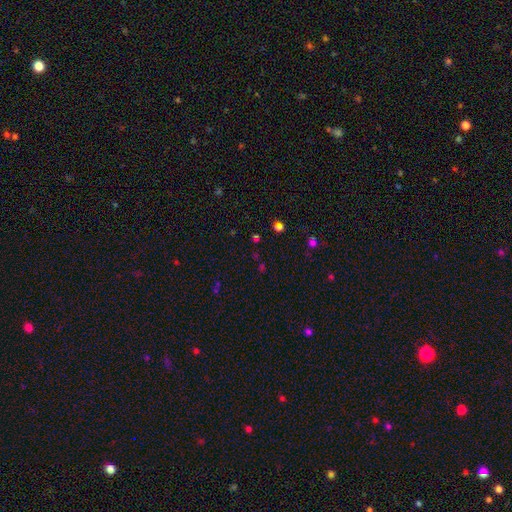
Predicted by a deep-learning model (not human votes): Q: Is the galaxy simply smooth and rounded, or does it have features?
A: star or artifact — 56%.